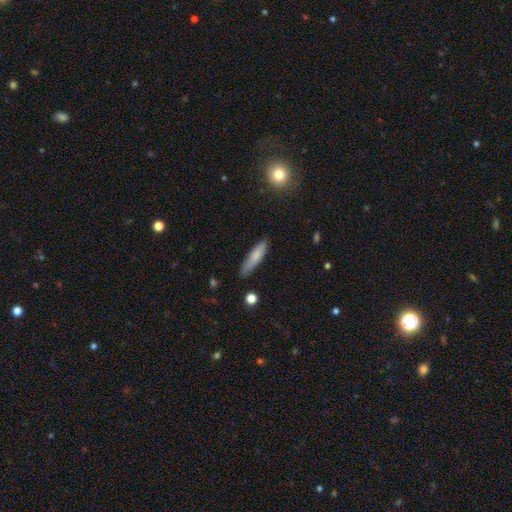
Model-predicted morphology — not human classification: Smooth or featured? smooth (76%)
How rounded? cigar-shaped (76%)
Merging? none (79%)